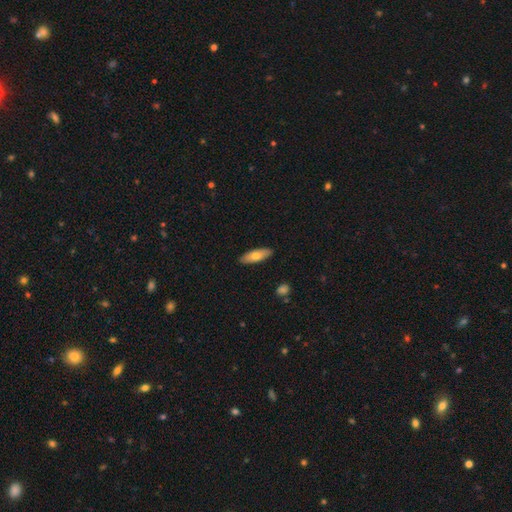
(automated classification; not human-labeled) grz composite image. It shows a smooth galaxy with no disk features (69%) that is in between round and cigar-shaped (60%). Merging: none (89%).